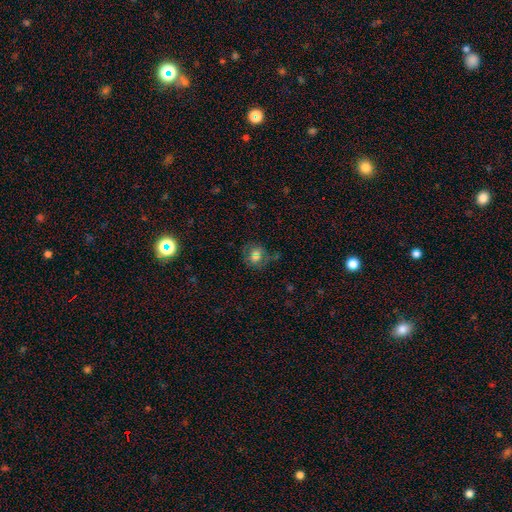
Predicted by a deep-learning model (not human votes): A smooth galaxy with no disk features (56%) that is round (77%).

Vote fractions:
- Smooth or featured? smooth: 56% / star or artifact: 25% / featured or disk: 19%
- How rounded? round: 77% / in between: 21% / cigar-shaped: 2%
- Merging? none: 58% / minor disturbance: 19% / merger: 12% / major disturbance: 11%